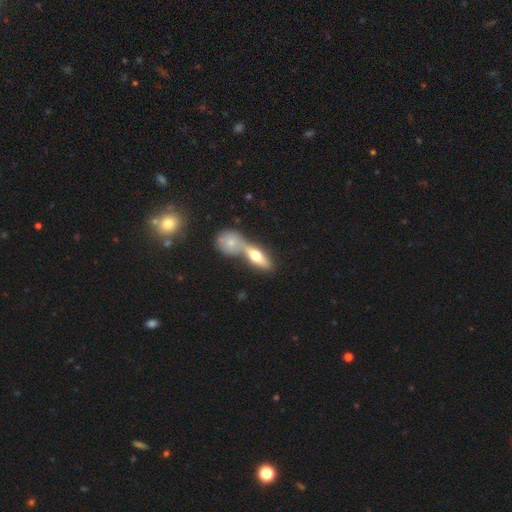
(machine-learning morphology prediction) A smooth galaxy with no disk features (63%) that is in between round and cigar-shaped (65%). Merging: merger (59%).